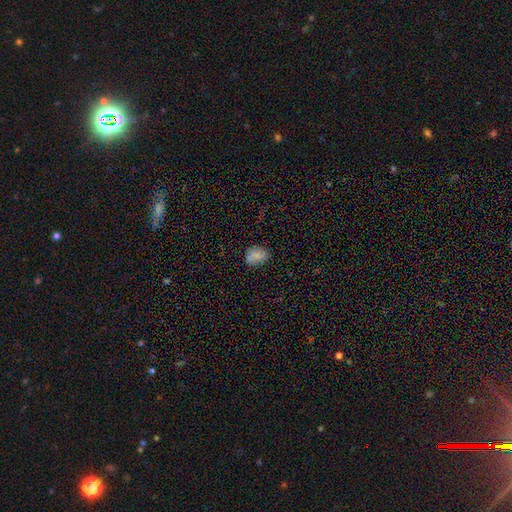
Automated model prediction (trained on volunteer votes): Smooth or featured? smooth (76%)
How rounded? in between (74%)
Merging? none (73%)